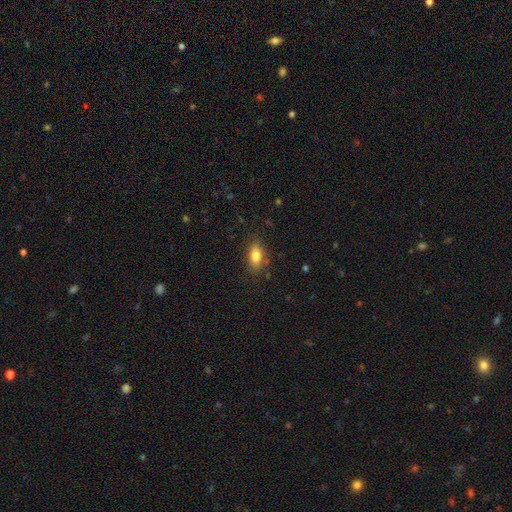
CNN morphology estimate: Overall: smooth (79%). How rounded: in between (84%). Merging: none (81%).